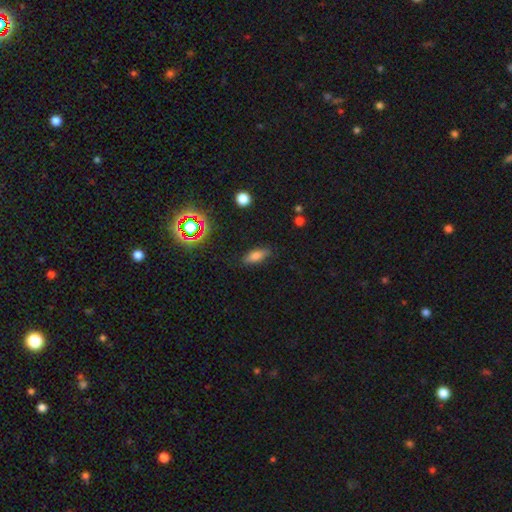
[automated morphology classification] Smooth or featured: smooth — 72% (featured or disk — 15%)
How rounded: in between — 73% (cigar-shaped — 23%)
Merging: none — 84% (minor disturbance — 12%)